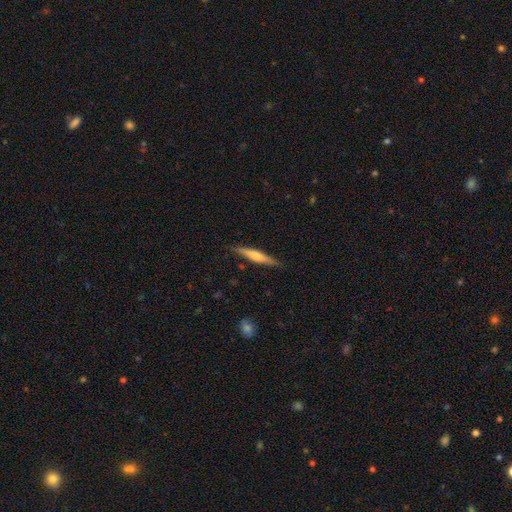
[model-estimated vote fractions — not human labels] A featured or disk galaxy (48%). Merging: none (86%).